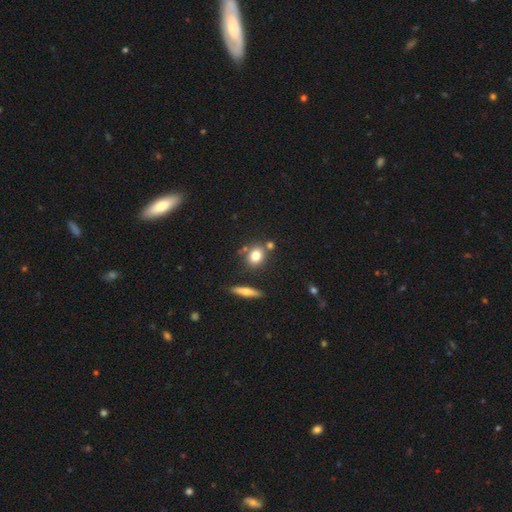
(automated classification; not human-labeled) Q: Smooth or featured?
A: smooth (78%); runner-up: featured or disk (12%)
Q: How rounded?
A: round (57%); runner-up: in between (39%)
Q: Merging?
A: none (70%); runner-up: merger (15%)